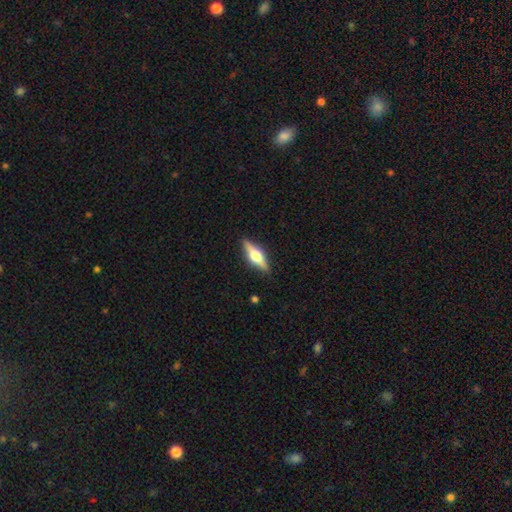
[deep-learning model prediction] Smooth or featured? featured or disk (64%)
Edge-on disk? yes (96%)
Edge-on bulge? rounded (94%)
Merging? none (89%)